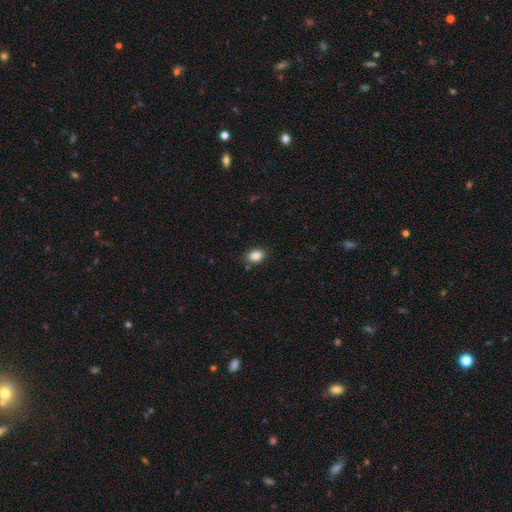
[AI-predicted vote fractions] Smooth or featured?
  - smooth: 86% *
  - star or artifact: 9%
  - featured or disk: 5%
How rounded?
  - in between: 71% *
  - round: 28%
  - cigar-shaped: 1%
Merging?
  - none: 84% *
  - minor disturbance: 10%
  - merger: 3%
  - major disturbance: 2%